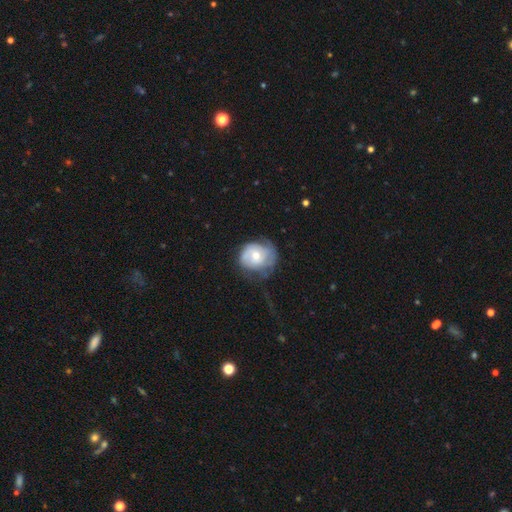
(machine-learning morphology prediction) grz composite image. It shows a featured or disk galaxy (58%) with no bar (77%), spiral arms (74%) and a moderate central bulge (59%). Merging: none (52%).